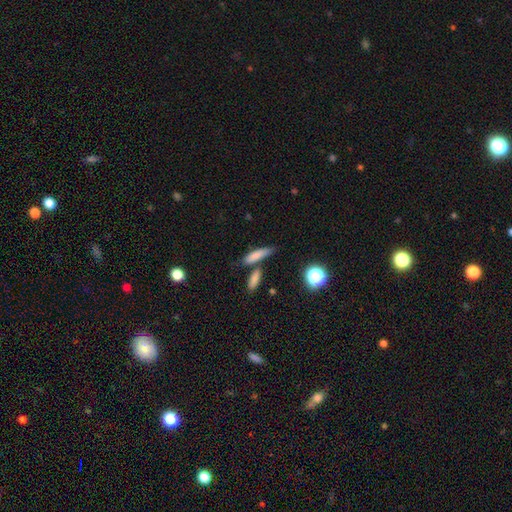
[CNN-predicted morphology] smooth 77%, featured or disk 14%, star or artifact 9%. Down the decision tree: how rounded — cigar-shaped (71%); merging — none (62%).